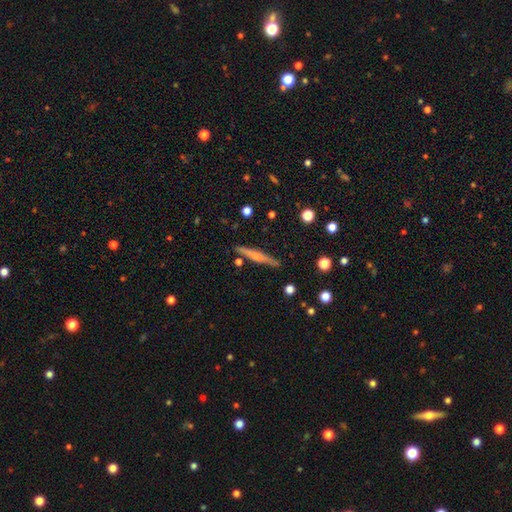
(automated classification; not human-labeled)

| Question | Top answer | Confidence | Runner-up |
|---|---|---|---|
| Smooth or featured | featured or disk | 48% | smooth (45%) |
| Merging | none | 86% | minor disturbance (9%) |